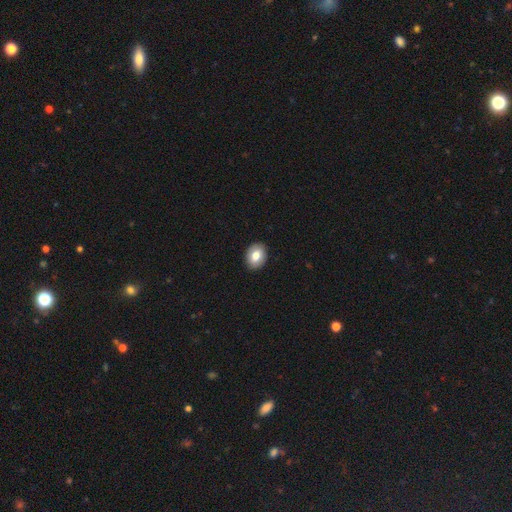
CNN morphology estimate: This appears to be a smooth galaxy with no disk features (78%) that is in between round and cigar-shaped (64%). Merging: none (90%).